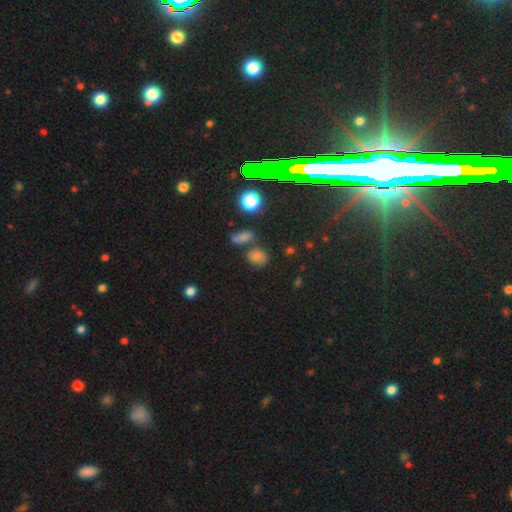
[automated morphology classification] smooth 57%, star or artifact 34%, featured or disk 10%. Down the decision tree: how rounded — round (59%); merging — none (67%).